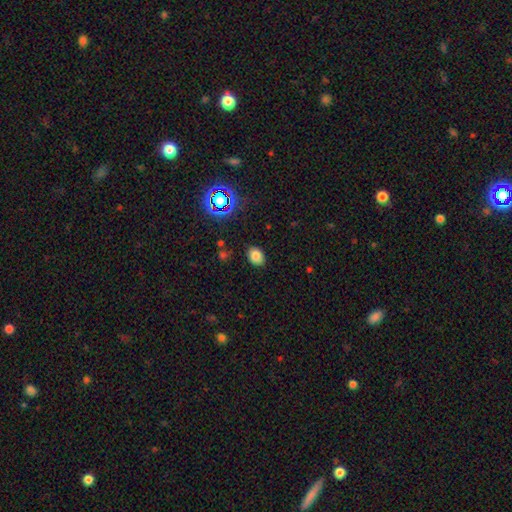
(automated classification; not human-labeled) smooth-or-featured: smooth: 79% | star or artifact: 15% | featured or disk: 7%
  how-rounded: in between: 71% | round: 28% | cigar-shaped: 1%
  merging: none: 86% | minor disturbance: 10% | major disturbance: 3% | merger: 1%